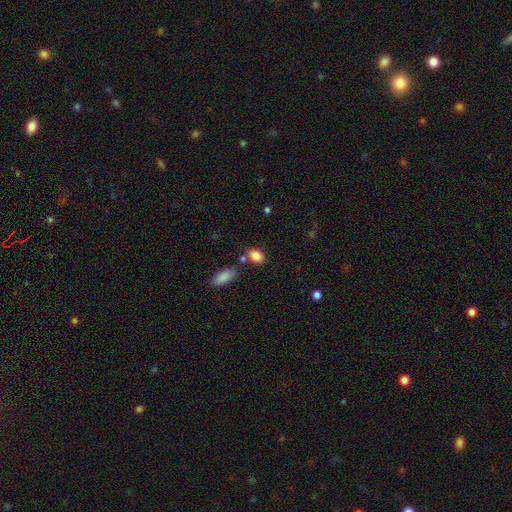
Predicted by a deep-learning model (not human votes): smooth-or-featured: smooth: 86% | star or artifact: 8% | featured or disk: 6%
  how-rounded: in between: 84% | round: 14% | cigar-shaped: 2%
  merging: none: 65% | merger: 16% | minor disturbance: 14% | major disturbance: 4%